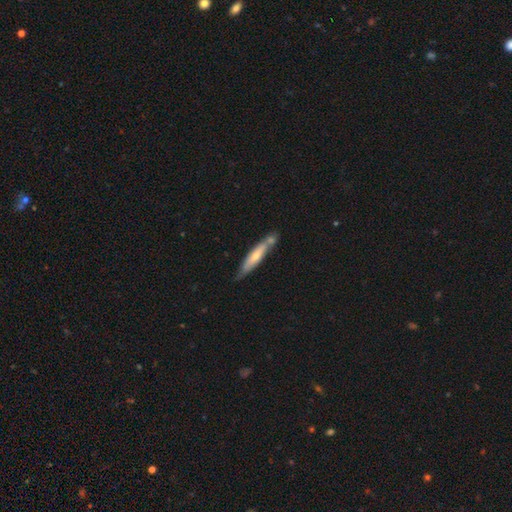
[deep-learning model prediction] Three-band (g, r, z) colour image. It shows a smooth galaxy with no disk features (51%) that is cigar-shaped (85%). Merging: none (56%).